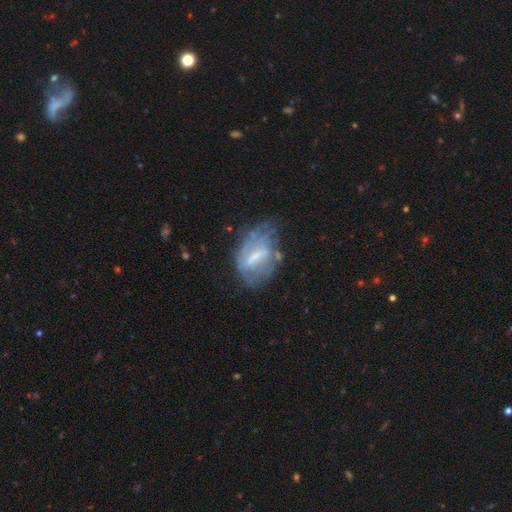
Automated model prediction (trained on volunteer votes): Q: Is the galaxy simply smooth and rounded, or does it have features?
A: featured or disk — 63%.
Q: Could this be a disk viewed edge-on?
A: no — 93%.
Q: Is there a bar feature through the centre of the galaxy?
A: weak — 45%.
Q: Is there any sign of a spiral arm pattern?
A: no — 54%.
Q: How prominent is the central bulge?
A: small — 36%.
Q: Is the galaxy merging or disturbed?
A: none — 48%.